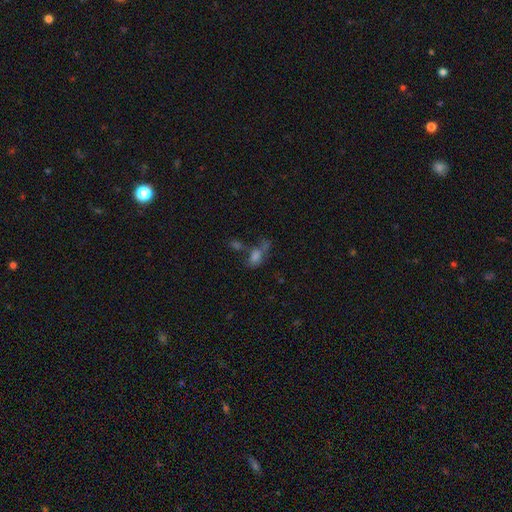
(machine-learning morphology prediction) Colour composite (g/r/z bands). It shows a smooth galaxy with no disk features (56%) that is in between round and cigar-shaped (76%). Merging: merger (33%).